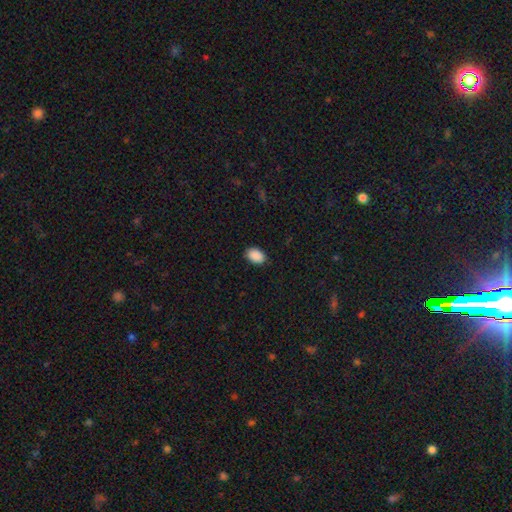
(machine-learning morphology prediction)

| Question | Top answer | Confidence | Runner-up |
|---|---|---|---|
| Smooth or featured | smooth | 90% | star or artifact (7%) |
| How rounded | in between | 86% | round (13%) |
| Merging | none | 88% | minor disturbance (9%) |